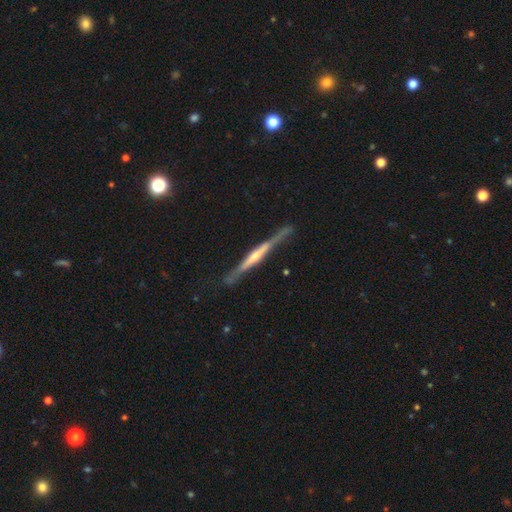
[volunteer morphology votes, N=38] A featured or disk galaxy (89%) viewed edge-on (97%) with a boxy central bulge (58%).

Vote fractions:
- Smooth or featured? featured or disk: 89% / smooth: 5% / star or artifact: 5%
- Edge-on disk? yes: 97% / no: 3%
- Edge-on bulge? boxy: 58% / rounded: 30% / none: 12%
- Merging? none: 86% / minor disturbance: 11% / major disturbance: 3% / merger: 0%